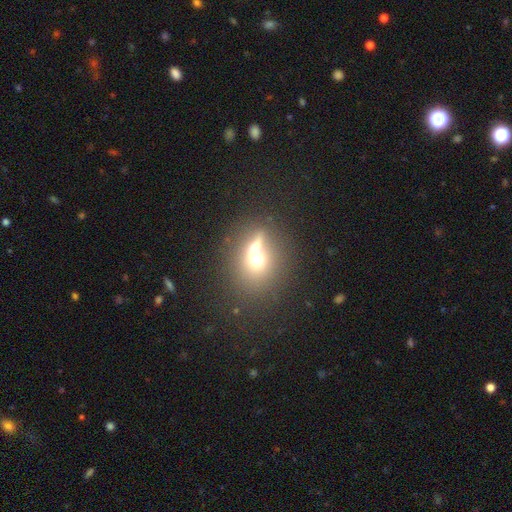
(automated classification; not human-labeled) Overall: smooth (60%; featured or disk 26%). How rounded: round (73%). Merging: merger (55%; none 33%).